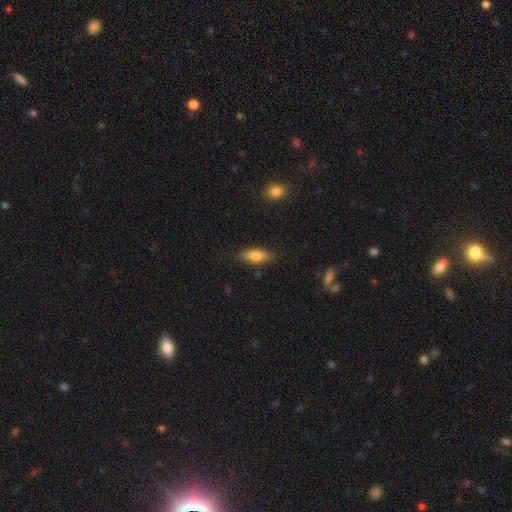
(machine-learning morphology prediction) The model was most divided on "how rounded": in between: 77%, cigar-shaped: 20%, round: 3%. More confident: merging — none (82%); smooth or featured — smooth (78%).